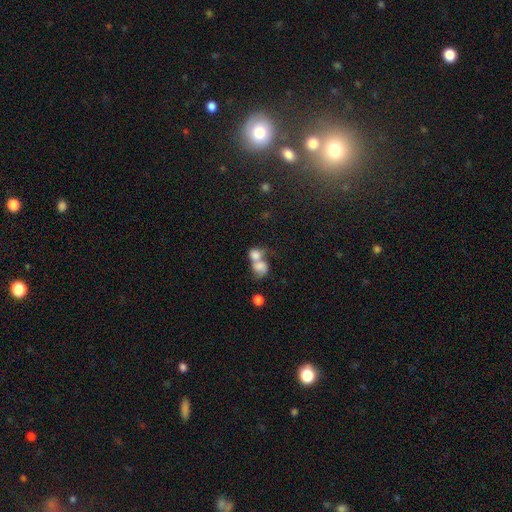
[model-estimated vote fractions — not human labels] Q: Smooth or featured?
A: smooth (71%); runner-up: featured or disk (19%)
Q: How rounded?
A: in between (54%); runner-up: round (45%)
Q: Merging?
A: merger (73%); runner-up: none (14%)